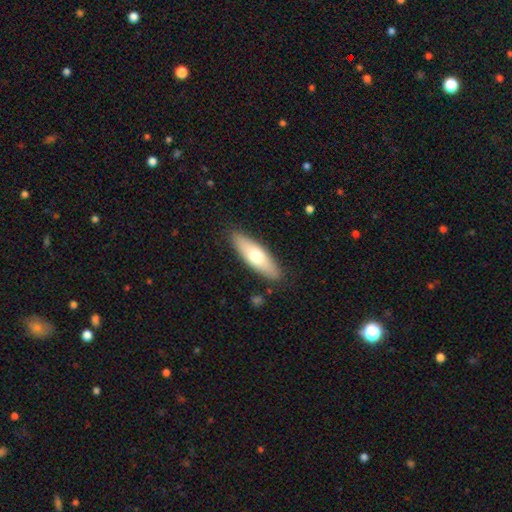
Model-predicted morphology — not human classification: smooth_or_featured: smooth (p=0.65) [alt: featured or disk p=0.30]
how_rounded: cigar-shaped (p=0.50) [alt: in between p=0.48]
merging: none (p=0.88) [alt: minor disturbance p=0.09]